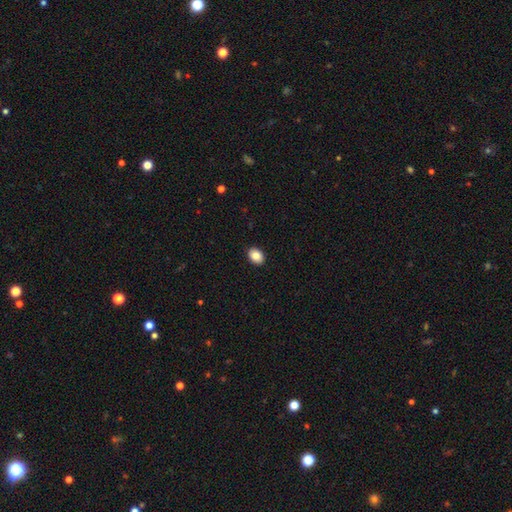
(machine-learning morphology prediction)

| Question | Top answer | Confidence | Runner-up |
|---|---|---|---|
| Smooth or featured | smooth | 85% | star or artifact (8%) |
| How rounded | in between | 71% | round (28%) |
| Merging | none | 91% | minor disturbance (6%) |